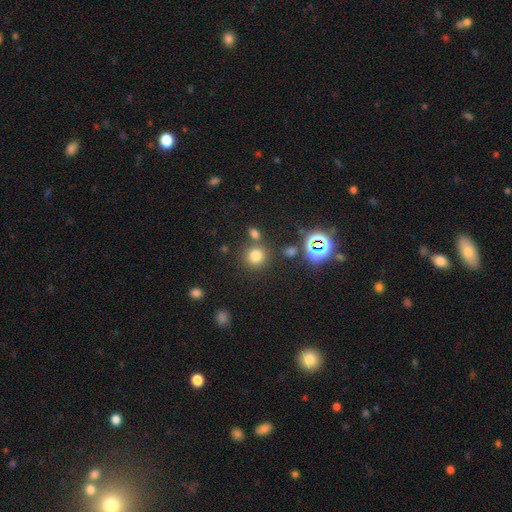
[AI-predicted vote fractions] The model was most divided on "smooth or featured": smooth: 73%, star or artifact: 20%, featured or disk: 6%. More confident: how rounded — round (89%); merging — none (76%).